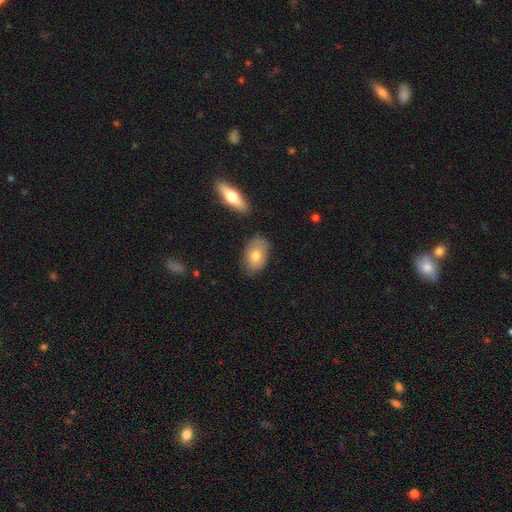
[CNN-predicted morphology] Smooth or featured? Predicted: smooth (p=0.71). How rounded? Predicted: in between (p=0.90). Merging? Predicted: none (p=0.74).